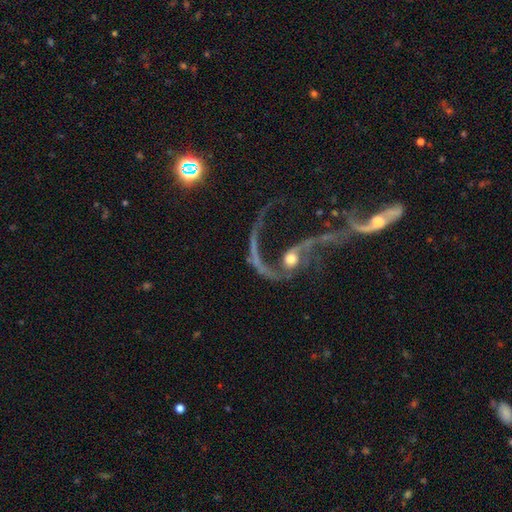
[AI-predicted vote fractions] Overall: featured or disk (82%). Edge-on disk: no (94%). Bar: no (60%; weak 25%). Spiral arms: yes (88%). Spiral arm count: 2 (74%). Spiral winding: loose (84%). Bulge size: moderate (49%; small 37%). Merging: major disturbance (32%; merger 30%).